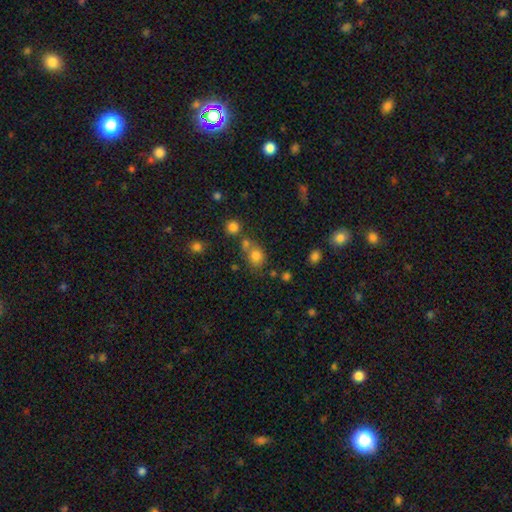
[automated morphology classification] Smooth or featured? Predicted: smooth (p=0.77). How rounded? Predicted: round (p=0.61). Merging? Predicted: none (p=0.51).